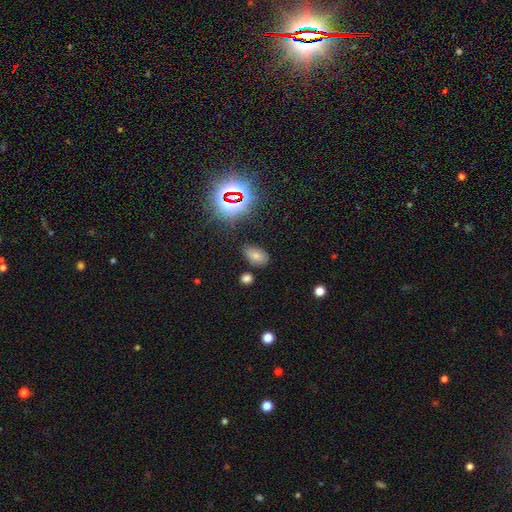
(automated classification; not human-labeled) Q: Smooth or featured?
A: smooth (64%); runner-up: star or artifact (23%)
Q: How rounded?
A: in between (88%); runner-up: round (10%)
Q: Merging?
A: none (79%); runner-up: minor disturbance (13%)